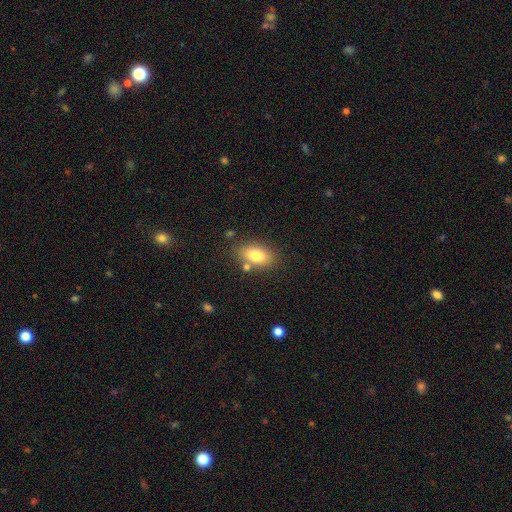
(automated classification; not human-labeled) Smooth or featured? smooth (78%)
How rounded? in between (87%)
Merging? none (76%)